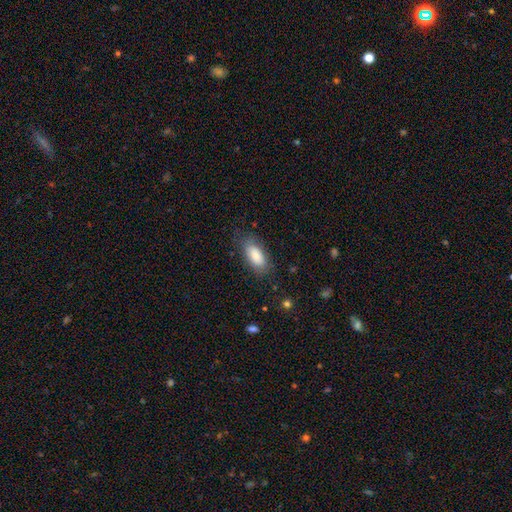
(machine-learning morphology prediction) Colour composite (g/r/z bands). It shows a smooth galaxy with no disk features (84%) that is in between round and cigar-shaped (88%). Merging: none (74%).